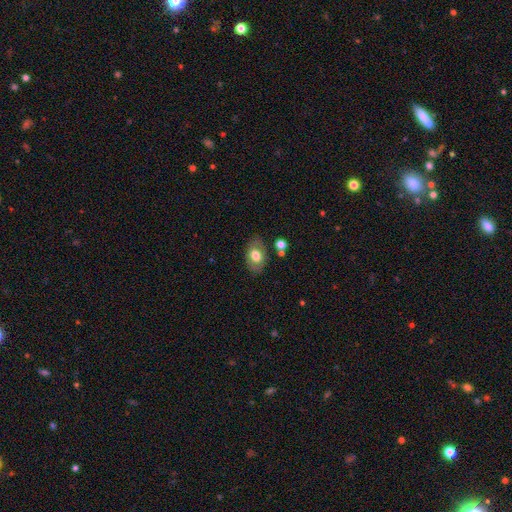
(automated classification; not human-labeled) smooth-or-featured: smooth: 65% | featured or disk: 27% | star or artifact: 7%
  how-rounded: in between: 84% | round: 15% | cigar-shaped: 1%
  merging: none: 77% | minor disturbance: 14% | major disturbance: 4% | merger: 4%